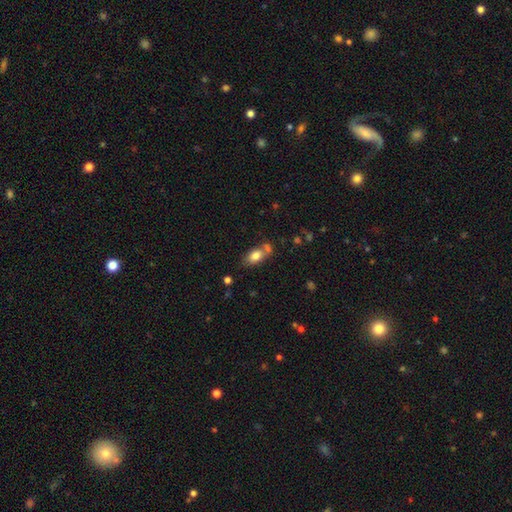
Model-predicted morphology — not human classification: Smooth or featured: smooth — 79% (featured or disk — 13%)
How rounded: in between — 87% (round — 9%)
Merging: none — 52% (merger — 25%)